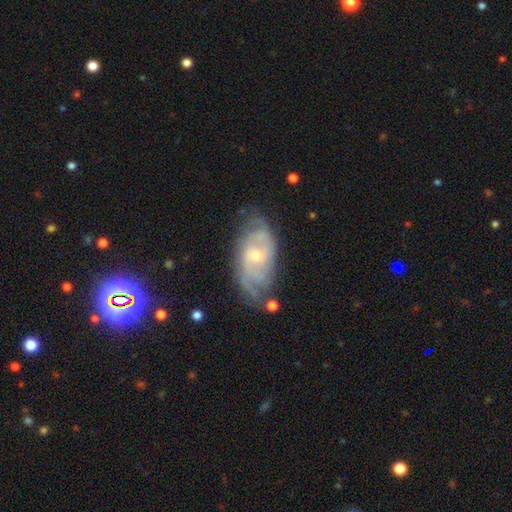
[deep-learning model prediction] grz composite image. It shows a featured or disk galaxy (81%) with no bar (64%), tight (53%) spiral arms (91%) and a small central bulge (65%). Merging: none (63%).